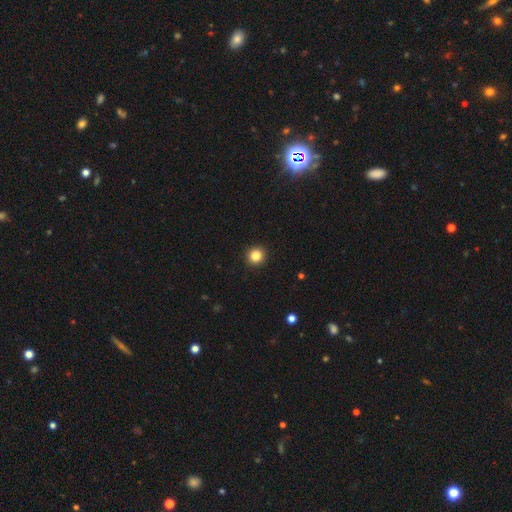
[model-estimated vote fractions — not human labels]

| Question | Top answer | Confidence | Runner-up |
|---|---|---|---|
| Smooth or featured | smooth | 85% | star or artifact (11%) |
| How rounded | round | 93% | in between (6%) |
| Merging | none | 94% | minor disturbance (4%) |